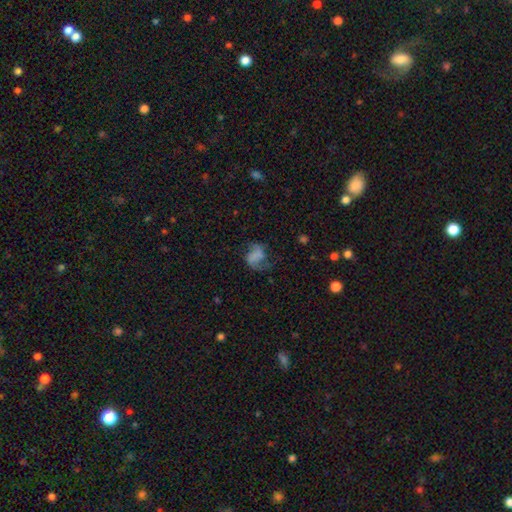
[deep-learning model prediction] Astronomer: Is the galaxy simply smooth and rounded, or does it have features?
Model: featured or disk — 51% (runner-up: smooth, 38%).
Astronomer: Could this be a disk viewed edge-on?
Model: no — 98%.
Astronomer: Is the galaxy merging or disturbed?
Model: none — 45% (runner-up: major disturbance, 31%).